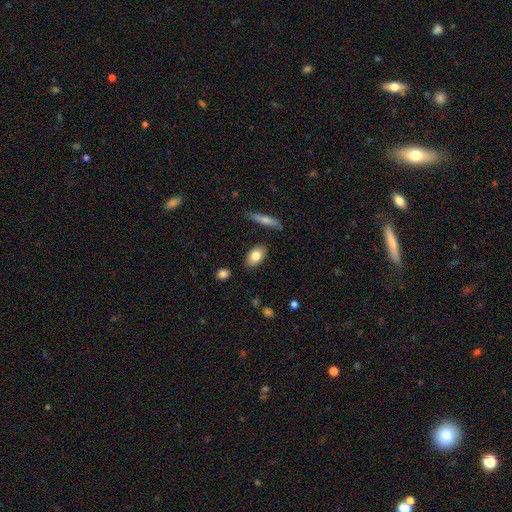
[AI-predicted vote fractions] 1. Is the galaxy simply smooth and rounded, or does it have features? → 80% smooth, 13% featured or disk, 7% star or artifact.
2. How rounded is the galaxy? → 89% in between, 8% round, 3% cigar-shaped.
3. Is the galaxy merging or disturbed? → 85% none, 11% minor disturbance, 2% major disturbance, 2% merger.